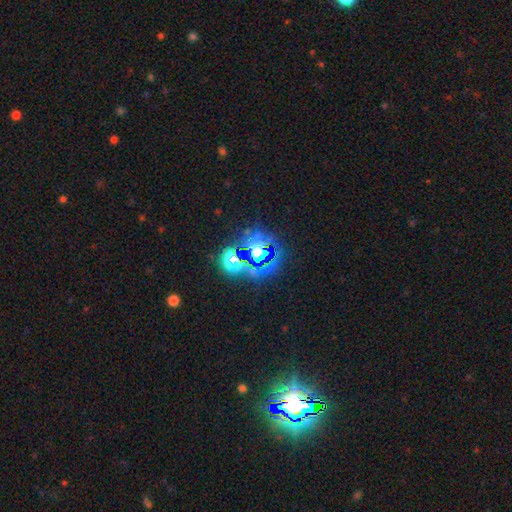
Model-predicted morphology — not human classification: This appears to be a star or artifact, not a galaxy (74%).